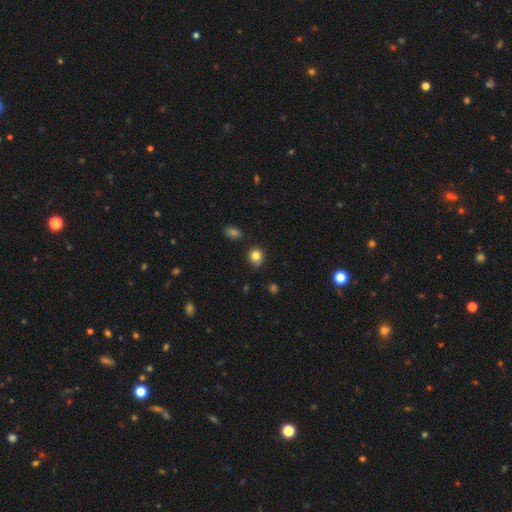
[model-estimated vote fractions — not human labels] This is clearly a smooth galaxy (83%). How rounded: clearly round (83%). Merging: likely none (79%).